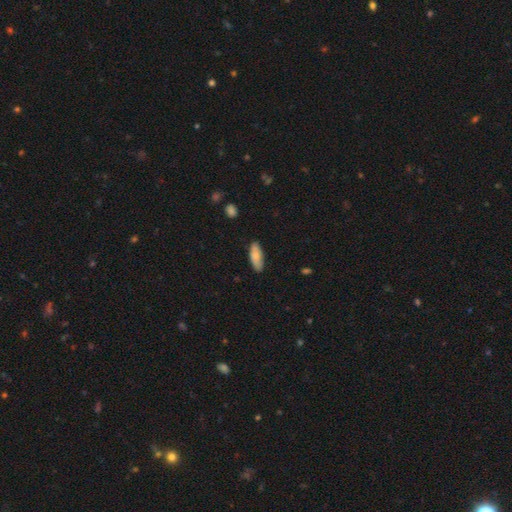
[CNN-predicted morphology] Smooth or featured? Predicted: smooth (p=0.75). How rounded? Predicted: in between (p=0.73). Merging? Predicted: none (p=0.80).